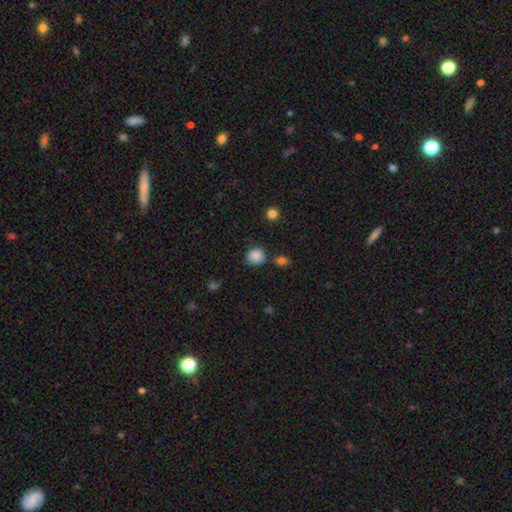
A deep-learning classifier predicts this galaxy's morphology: This is clearly a smooth galaxy (87%). How rounded: clearly round (86%). Merging: likely none (78%).